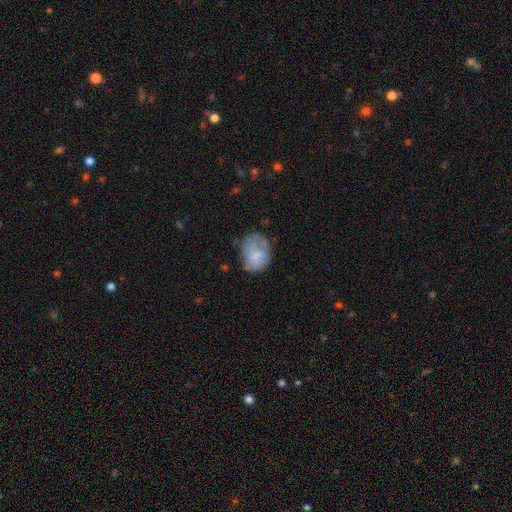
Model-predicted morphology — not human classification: A smooth galaxy with no disk features (65%) that is in between round and cigar-shaped (57%). Merging: none (47%).